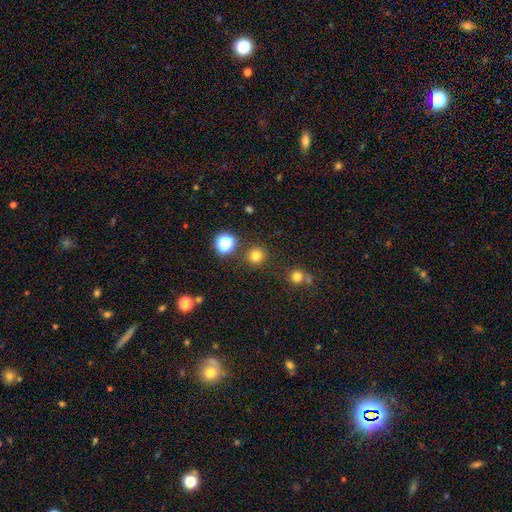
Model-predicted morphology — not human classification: Smooth or featured? smooth (78%)
How rounded? round (95%)
Merging? none (88%)